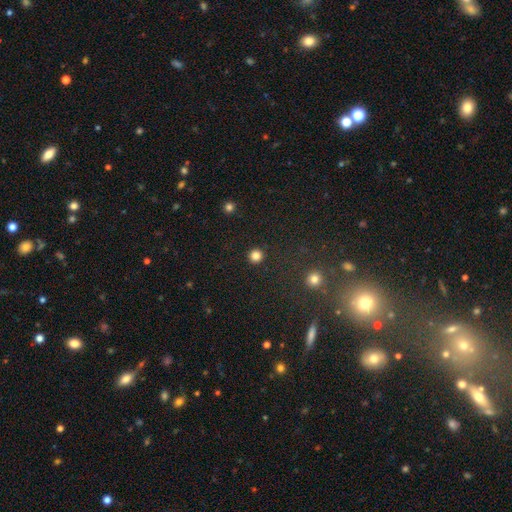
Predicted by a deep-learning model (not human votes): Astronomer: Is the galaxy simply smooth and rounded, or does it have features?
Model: smooth — 84%.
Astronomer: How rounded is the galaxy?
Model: round — 95%.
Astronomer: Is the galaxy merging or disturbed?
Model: none — 92%.